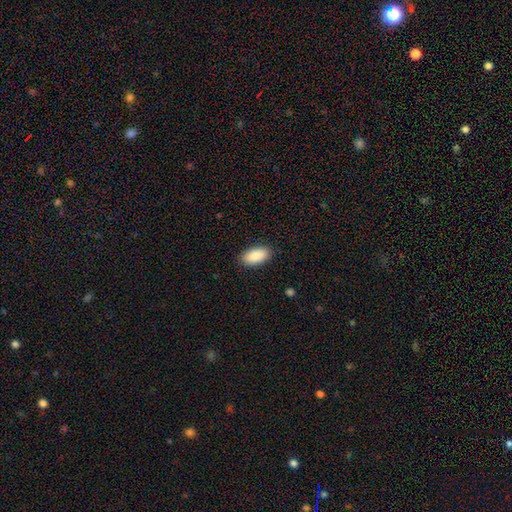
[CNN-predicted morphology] type=smooth (90%); roundness=in between (94%); merging=none (89%).